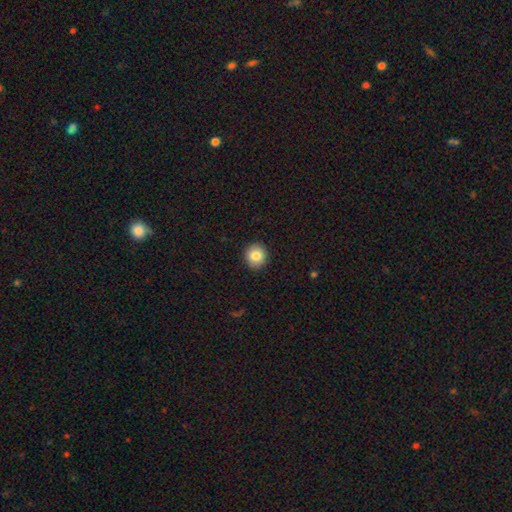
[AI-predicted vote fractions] Smooth or featured: smooth — 83% (star or artifact — 9%)
How rounded: round — 89% (in between — 10%)
Merging: none — 92% (minor disturbance — 6%)